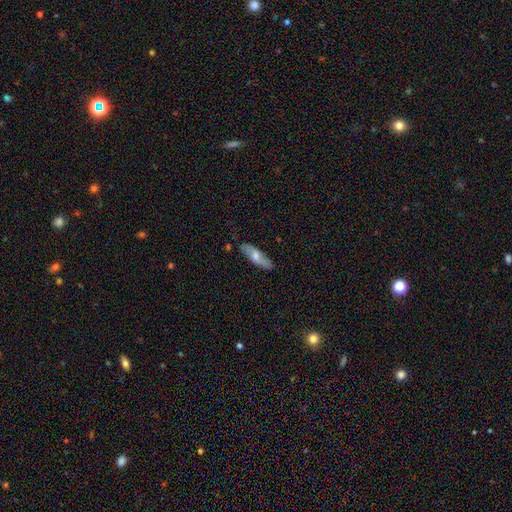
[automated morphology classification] Smooth or featured: smooth — 56% (featured or disk — 38%)
How rounded: cigar-shaped — 54% (in between — 43%)
Merging: none — 84% (minor disturbance — 12%)